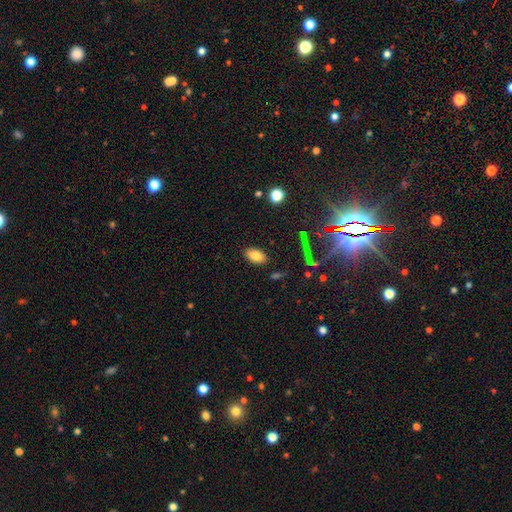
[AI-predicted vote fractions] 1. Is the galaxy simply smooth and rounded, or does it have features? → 83% smooth, 9% star or artifact, 8% featured or disk.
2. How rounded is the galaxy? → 92% in between, 6% round, 2% cigar-shaped.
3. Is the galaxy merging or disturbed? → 87% none, 9% minor disturbance, 3% major disturbance, 2% merger.